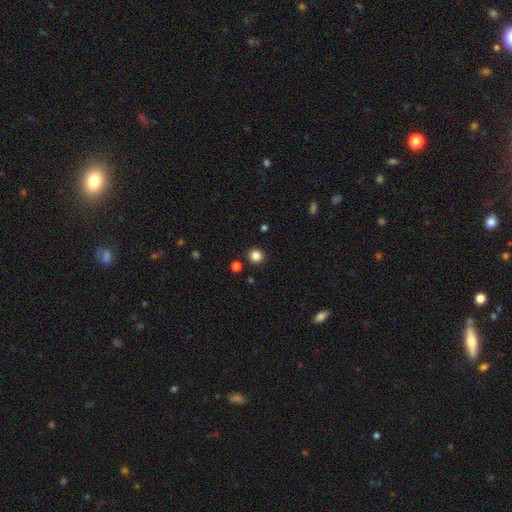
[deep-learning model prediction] Smooth or featured: smooth — 84% (star or artifact — 12%)
How rounded: round — 93% (in between — 6%)
Merging: none — 91% (minor disturbance — 5%)